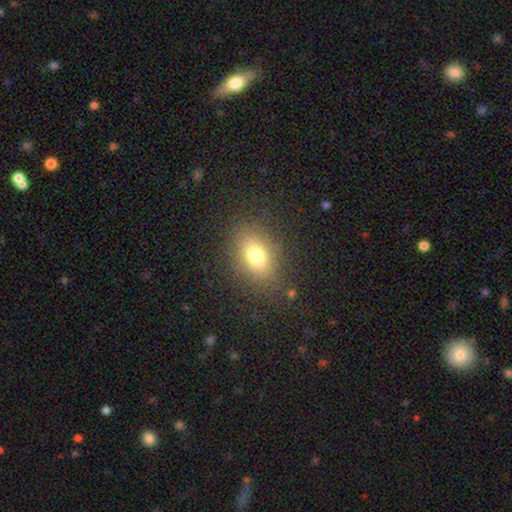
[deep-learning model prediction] The model was most divided on "how rounded": in between: 71%, round: 27%, cigar-shaped: 2%. More confident: merging — none (82%); smooth or featured — smooth (75%).